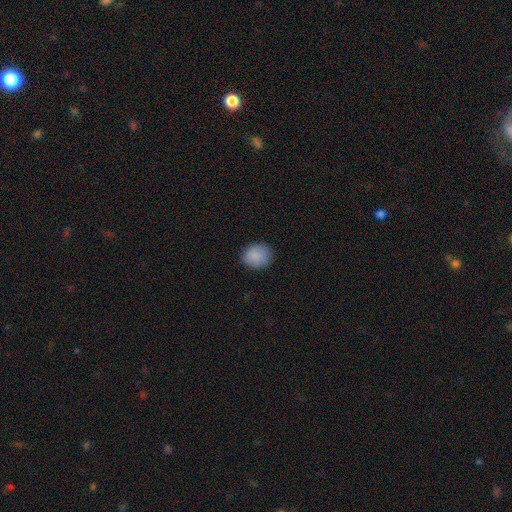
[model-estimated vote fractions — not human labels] This is clearly a smooth galaxy (88%). How rounded: likely round (66%). Merging: clearly none (84%).